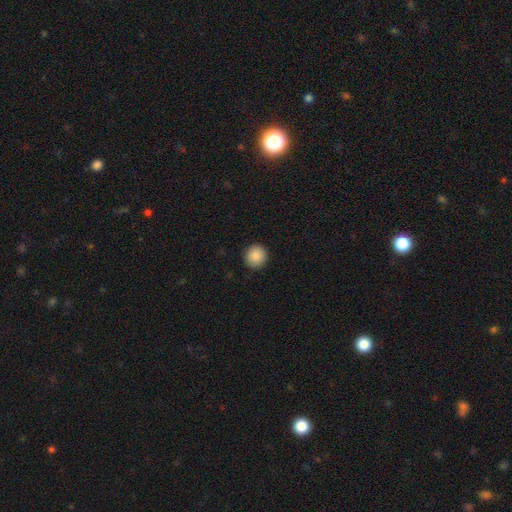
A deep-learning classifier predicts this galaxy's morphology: This is clearly a smooth galaxy (89%). How rounded: clearly round (94%). Merging: clearly none (92%).